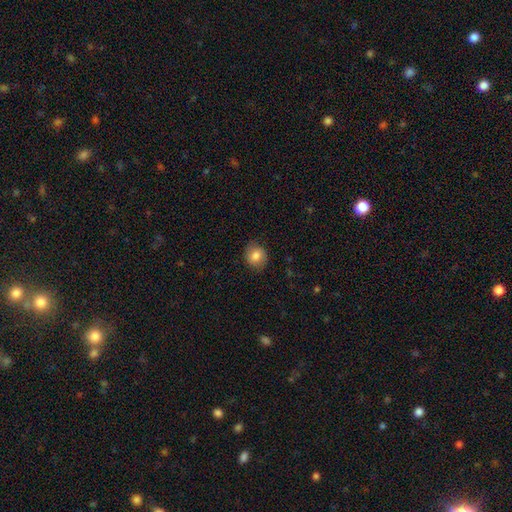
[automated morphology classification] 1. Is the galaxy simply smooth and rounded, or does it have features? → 80% smooth, 12% featured or disk, 8% star or artifact.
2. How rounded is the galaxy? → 73% round, 26% in between, 1% cigar-shaped.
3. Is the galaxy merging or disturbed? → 81% none, 14% minor disturbance, 4% major disturbance, 1% merger.